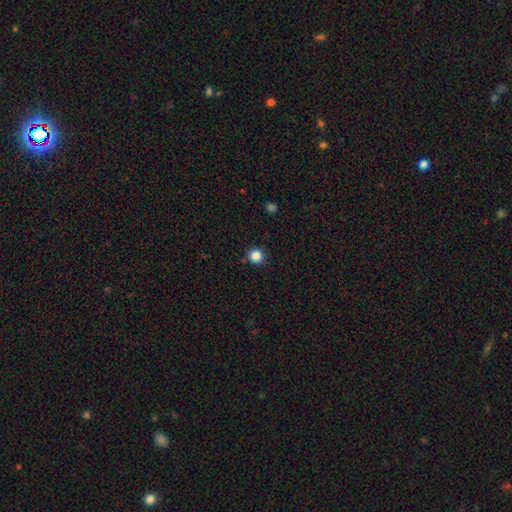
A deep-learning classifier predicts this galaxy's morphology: Q: Smooth or featured?
A: smooth (85%); runner-up: star or artifact (12%)
Q: How rounded?
A: round (92%); runner-up: in between (8%)
Q: Merging?
A: none (90%); runner-up: minor disturbance (7%)